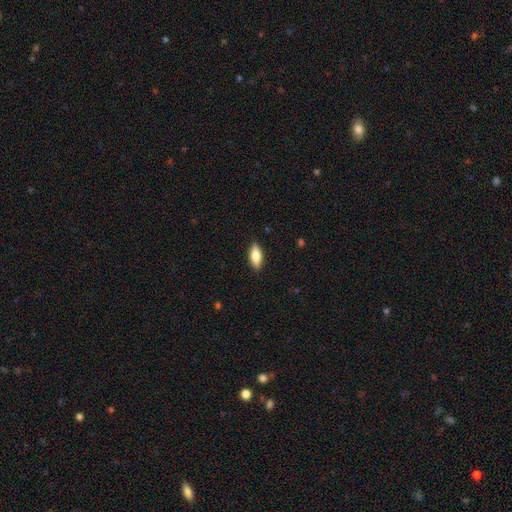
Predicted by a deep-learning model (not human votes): smooth_or_featured: smooth (p=0.76) [alt: featured or disk p=0.18]
how_rounded: in between (p=0.76) [alt: cigar-shaped p=0.22]
merging: none (p=0.89) [alt: minor disturbance p=0.09]